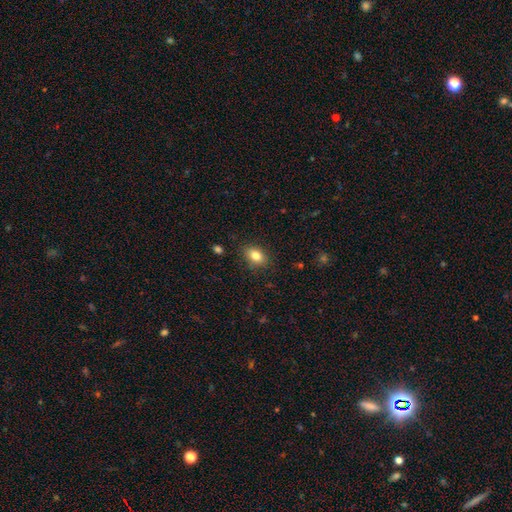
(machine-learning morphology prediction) type=smooth (83%); roundness=in between (80%); merging=none (84%).